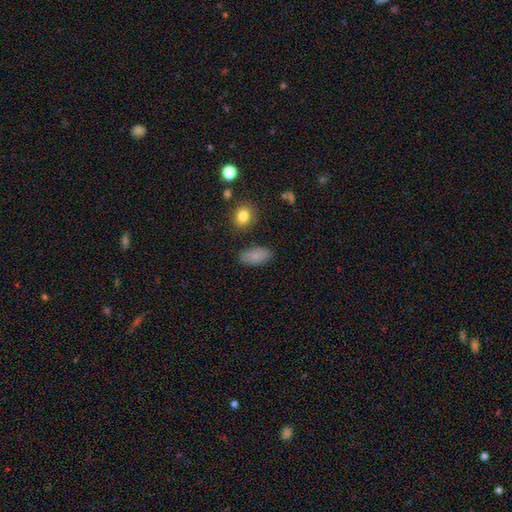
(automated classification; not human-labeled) Overall: smooth (82%). How rounded: in between (91%). Merging: none (82%).